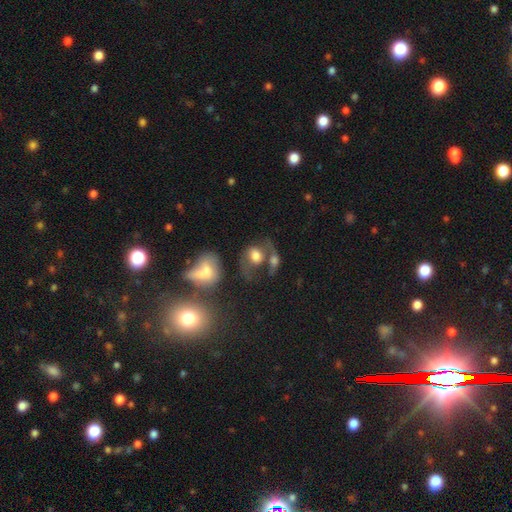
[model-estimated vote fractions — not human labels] smooth_or_featured: smooth (p=0.54) [alt: featured or disk p=0.35]
how_rounded: in between (p=0.57) [alt: round p=0.41]
merging: merger (p=0.39) [alt: none p=0.28]